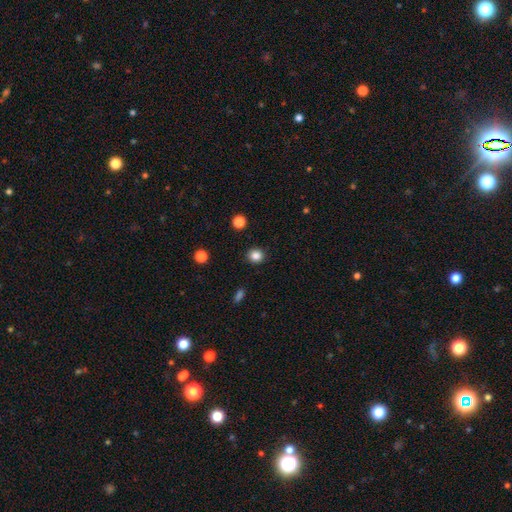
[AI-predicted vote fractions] A smooth galaxy with no disk features (85%) that is round (84%).

Vote fractions:
- Smooth or featured? smooth: 85% / star or artifact: 11% / featured or disk: 4%
- How rounded? round: 84% / in between: 15% / cigar-shaped: 1%
- Merging? none: 91% / minor disturbance: 6% / major disturbance: 2% / merger: 1%